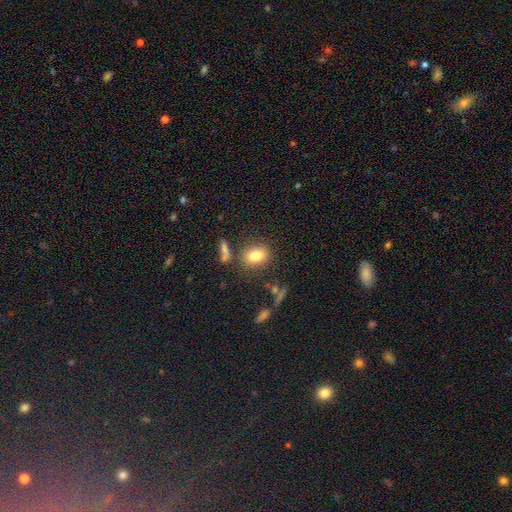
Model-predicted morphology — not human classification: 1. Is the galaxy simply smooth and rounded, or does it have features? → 79% smooth, 11% star or artifact, 10% featured or disk.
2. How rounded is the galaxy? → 61% in between, 36% round, 2% cigar-shaped.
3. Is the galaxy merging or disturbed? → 77% none, 11% minor disturbance, 7% merger, 4% major disturbance.